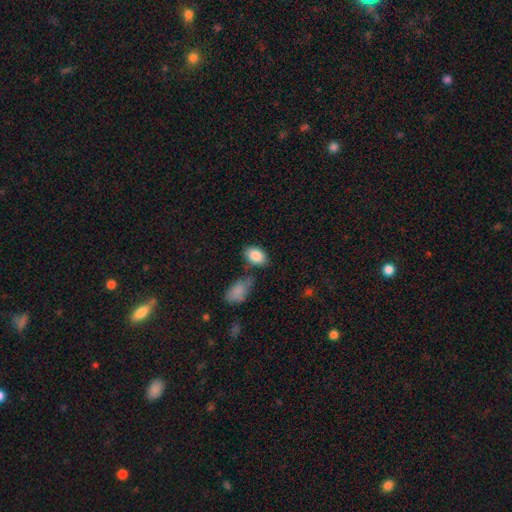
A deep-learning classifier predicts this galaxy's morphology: Q: Smooth or featured?
A: smooth (85%); runner-up: featured or disk (8%)
Q: How rounded?
A: in between (87%); runner-up: round (12%)
Q: Merging?
A: none (68%); runner-up: minor disturbance (16%)